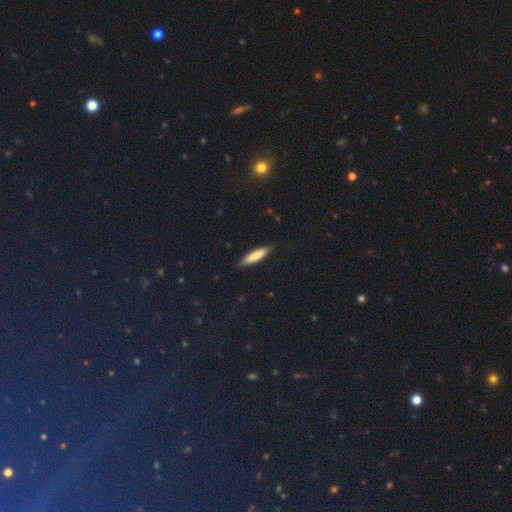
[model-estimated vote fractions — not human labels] smooth-or-featured: smooth: 76% | featured or disk: 17% | star or artifact: 7%
  how-rounded: cigar-shaped: 72% | in between: 26% | round: 2%
  merging: none: 88% | minor disturbance: 9% | major disturbance: 2% | merger: 1%